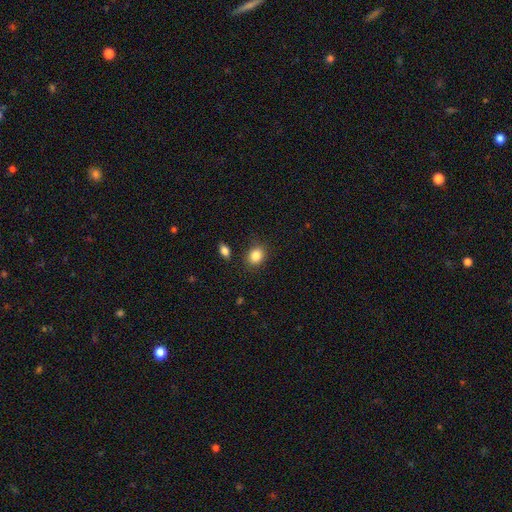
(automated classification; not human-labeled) Smooth or featured?
  - smooth: 86% *
  - star or artifact: 9%
  - featured or disk: 5%
How rounded?
  - round: 54% *
  - in between: 45%
  - cigar-shaped: 1%
Merging?
  - none: 83% *
  - minor disturbance: 11%
  - merger: 3%
  - major disturbance: 3%